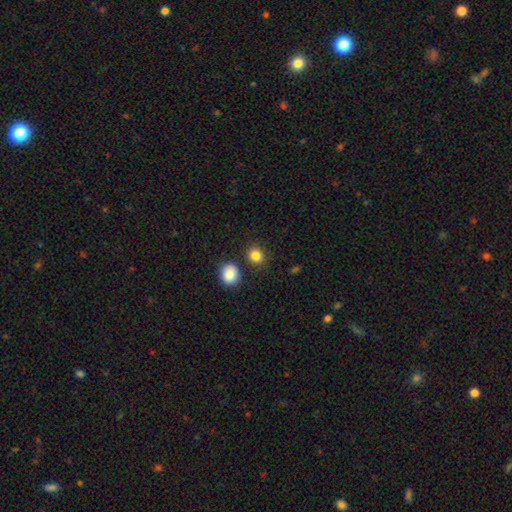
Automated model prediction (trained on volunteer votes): Smooth or featured?
  - smooth: 85% *
  - star or artifact: 11%
  - featured or disk: 4%
How rounded?
  - round: 79% *
  - in between: 20%
  - cigar-shaped: 1%
Merging?
  - none: 83% *
  - minor disturbance: 8%
  - merger: 7%
  - major disturbance: 3%